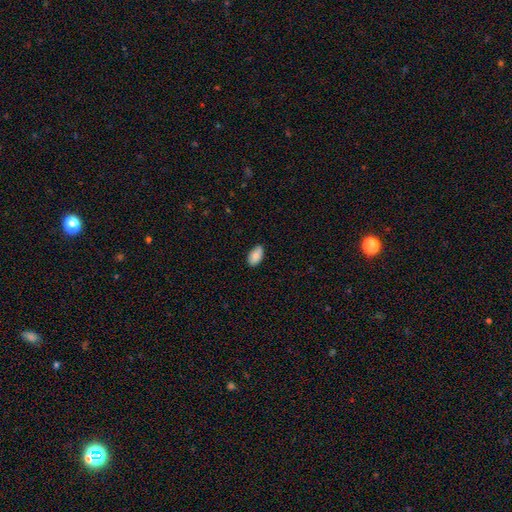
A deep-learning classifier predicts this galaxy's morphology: This appears to be a smooth galaxy with no disk features (87%) that is in between round and cigar-shaped (95%). Merging: none (82%).